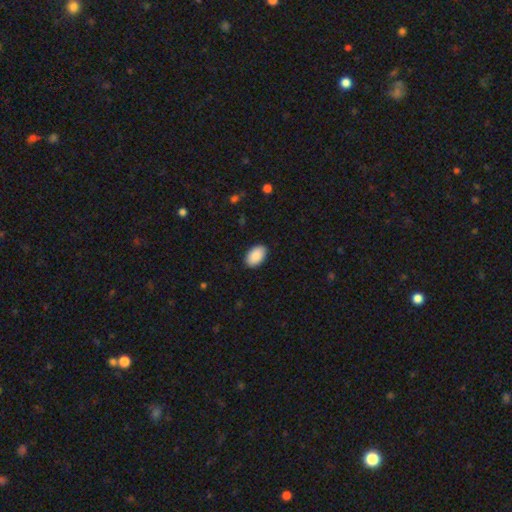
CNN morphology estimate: This appears to be a smooth galaxy with no disk features (91%) that is in between round and cigar-shaped (94%). Merging: none (89%).